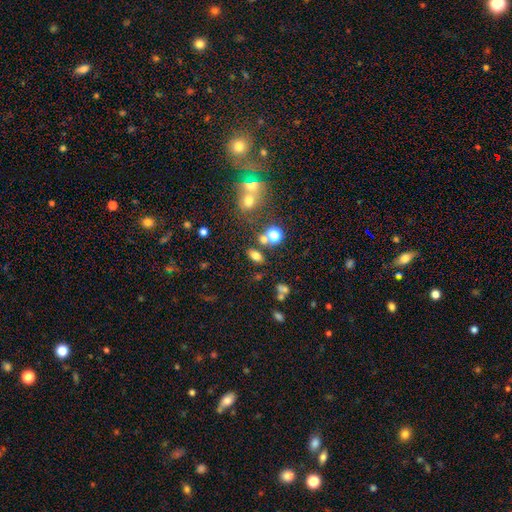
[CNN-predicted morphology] Overall: smooth (71%). How rounded: in between (81%). Merging: none (73%).